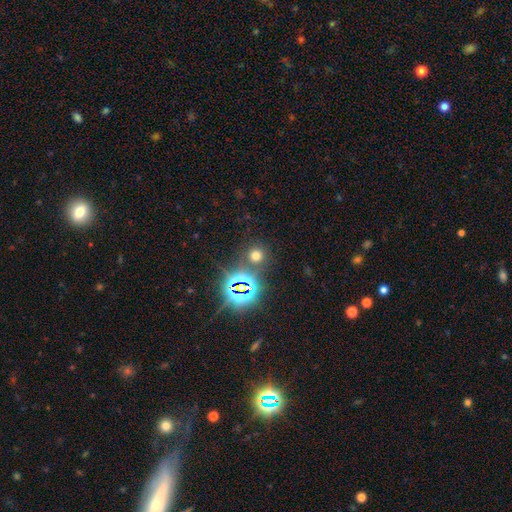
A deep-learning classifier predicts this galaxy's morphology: Smooth or featured? Predicted: smooth (p=0.57). How rounded? Predicted: round (p=0.90). Merging? Predicted: none (p=0.81).